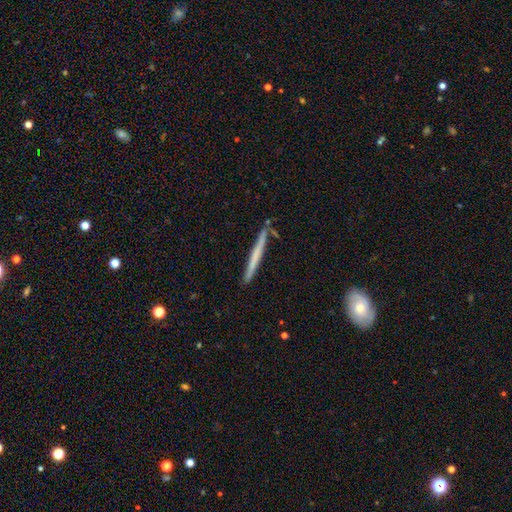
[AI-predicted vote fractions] Morphology: type=smooth (48%); merging=none (88%).